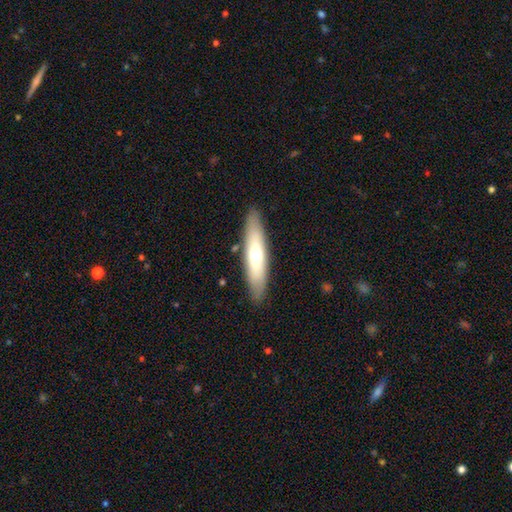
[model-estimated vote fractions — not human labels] Morphology: type=smooth (55%); roundness=cigar-shaped (74%); merging=none (87%).